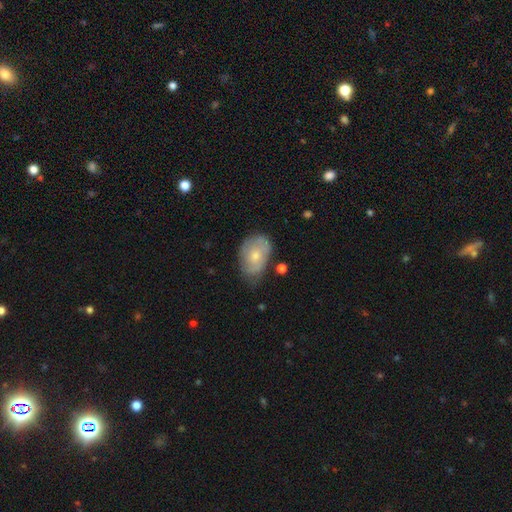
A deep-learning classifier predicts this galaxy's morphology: Overall: smooth (50%; featured or disk 44%). Merging: none (56%; minor disturbance 32%).